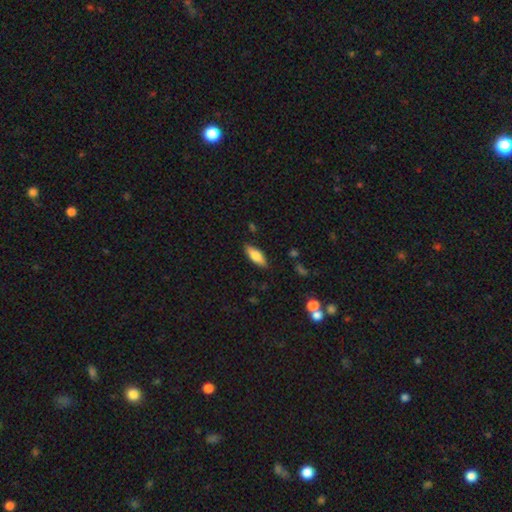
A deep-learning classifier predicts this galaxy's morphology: type=smooth (77%); roundness=in between (71%); merging=none (84%).